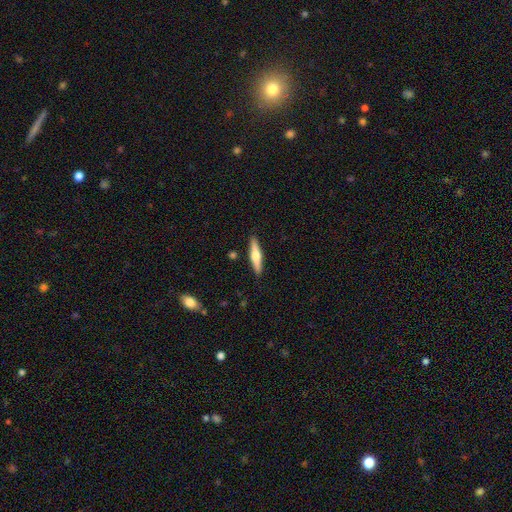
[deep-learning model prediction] Smooth or featured? featured or disk (53%)
Edge-on disk? yes (96%)
Edge-on bulge? rounded (91%)
Merging? none (90%)